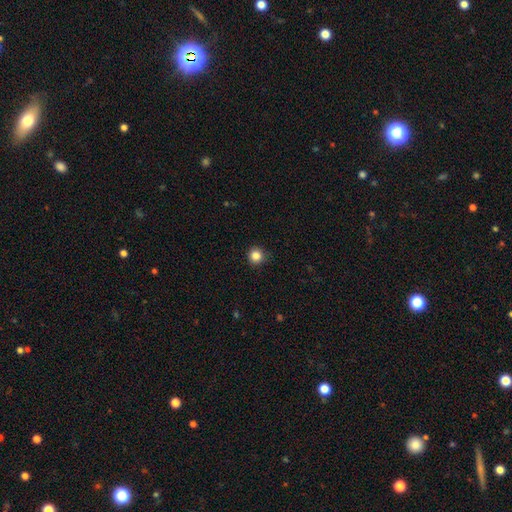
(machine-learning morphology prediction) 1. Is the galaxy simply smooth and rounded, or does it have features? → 85% smooth, 11% star or artifact, 4% featured or disk.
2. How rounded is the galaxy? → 94% round, 5% in between, 1% cigar-shaped.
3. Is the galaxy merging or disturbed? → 89% none, 8% minor disturbance, 2% major disturbance, 1% merger.